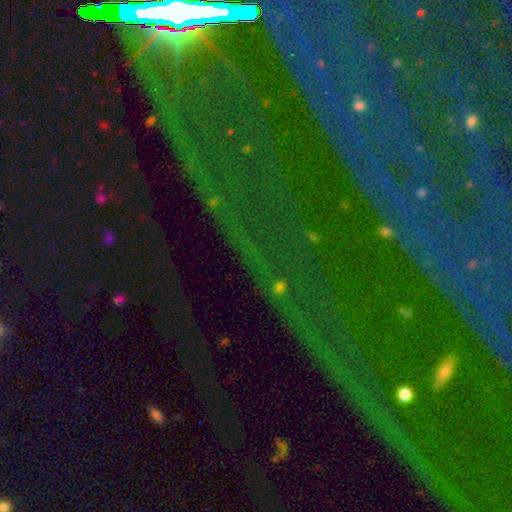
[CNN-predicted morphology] Smooth or featured? star or artifact (77%)